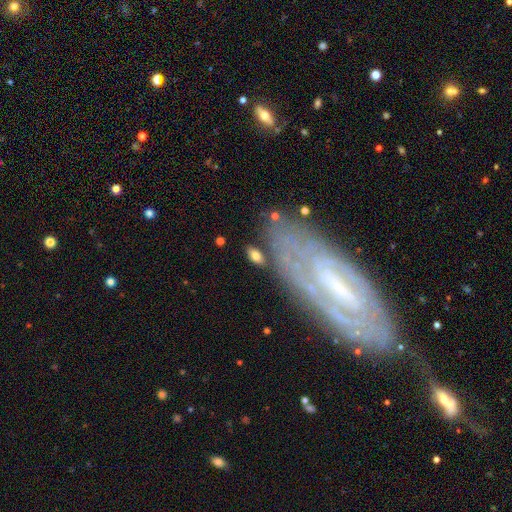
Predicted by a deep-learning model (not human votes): Smooth or featured: smooth — 72% (featured or disk — 21%)
How rounded: in between — 89% (cigar-shaped — 6%)
Merging: none — 79% (minor disturbance — 12%)